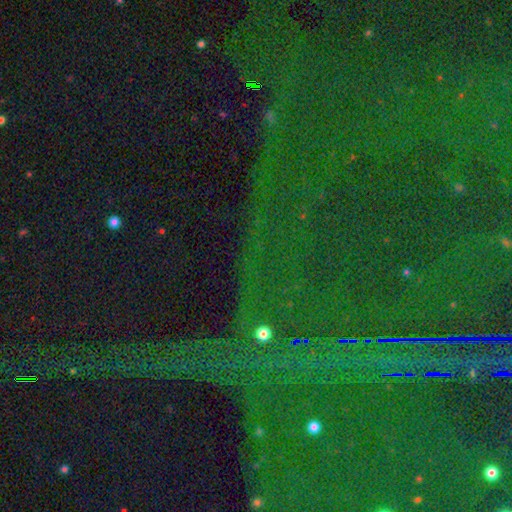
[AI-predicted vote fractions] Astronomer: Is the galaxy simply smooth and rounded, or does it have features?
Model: star or artifact — 83%.